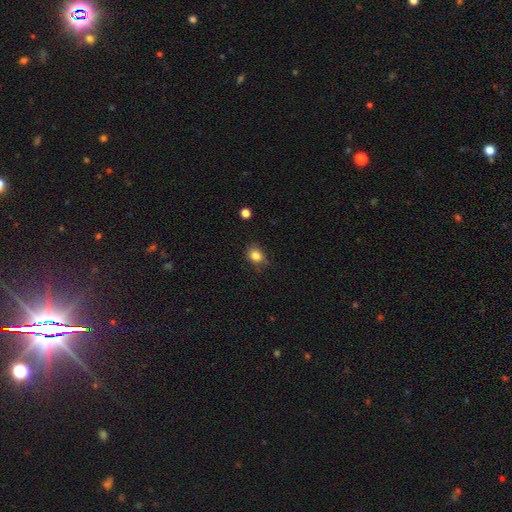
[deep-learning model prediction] A smooth galaxy with no disk features (83%) that is round (63%). Merging: none (76%).